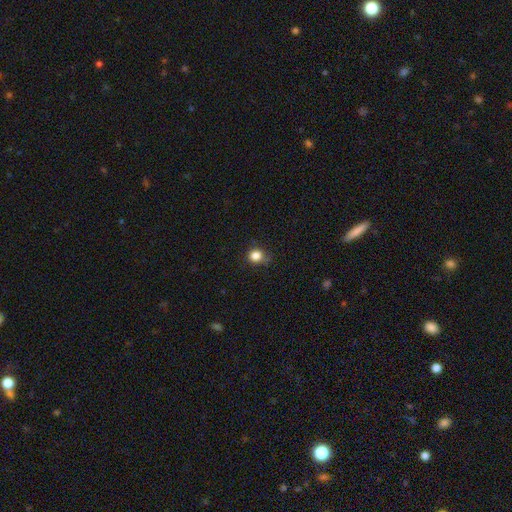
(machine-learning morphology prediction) Smooth or featured?
  - smooth: 83% *
  - star or artifact: 12%
  - featured or disk: 5%
How rounded?
  - round: 80% *
  - in between: 20%
  - cigar-shaped: 1%
Merging?
  - none: 65% *
  - minor disturbance: 26%
  - major disturbance: 7%
  - merger: 2%